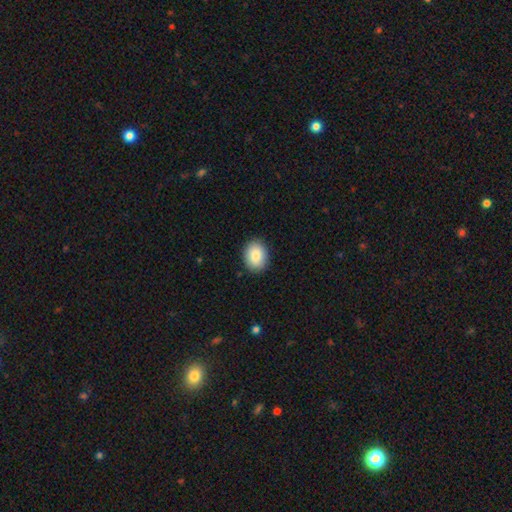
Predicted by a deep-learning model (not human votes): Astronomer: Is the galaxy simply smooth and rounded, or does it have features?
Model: smooth — 86%.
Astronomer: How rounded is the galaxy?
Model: in between — 61% (runner-up: round, 38%).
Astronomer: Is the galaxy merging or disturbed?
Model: none — 89%.